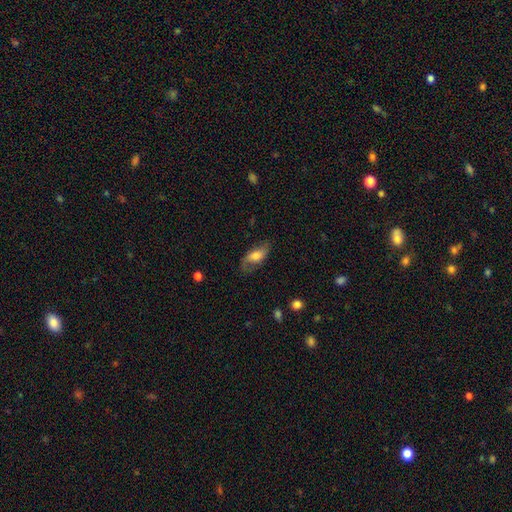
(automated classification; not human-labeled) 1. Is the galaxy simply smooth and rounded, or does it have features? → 52% smooth, 40% featured or disk, 7% star or artifact.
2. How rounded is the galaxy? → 83% in between, 12% cigar-shaped, 5% round.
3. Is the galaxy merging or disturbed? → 67% none, 22% minor disturbance, 9% major disturbance, 2% merger.